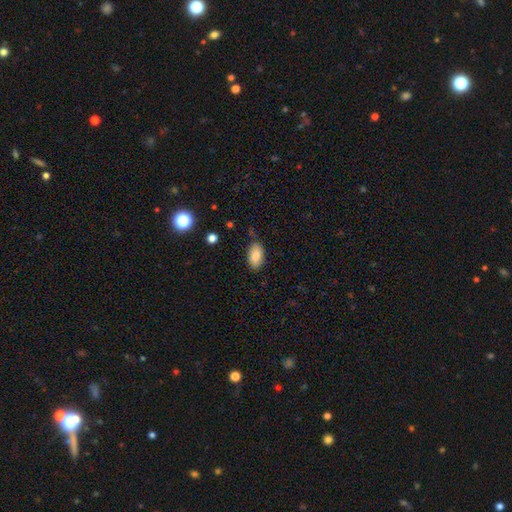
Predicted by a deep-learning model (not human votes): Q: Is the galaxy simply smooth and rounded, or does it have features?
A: smooth — 86%.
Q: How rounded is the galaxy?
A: in between — 93%.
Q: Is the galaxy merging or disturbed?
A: none — 81%.